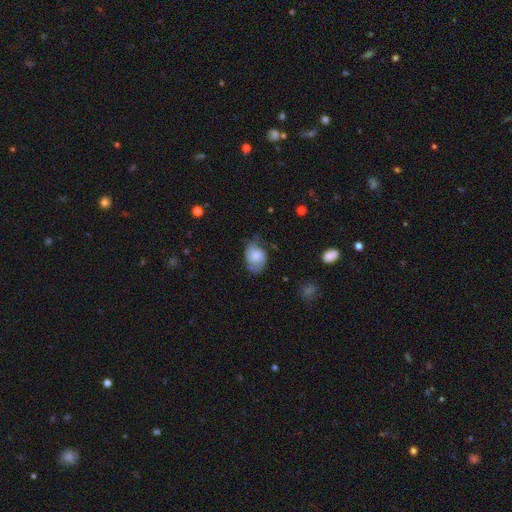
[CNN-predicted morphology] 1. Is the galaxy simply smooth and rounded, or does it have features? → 54% smooth, 38% featured or disk, 8% star or artifact.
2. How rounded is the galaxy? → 71% in between, 28% round, 1% cigar-shaped.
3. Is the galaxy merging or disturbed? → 47% none, 35% minor disturbance, 16% major disturbance, 2% merger.